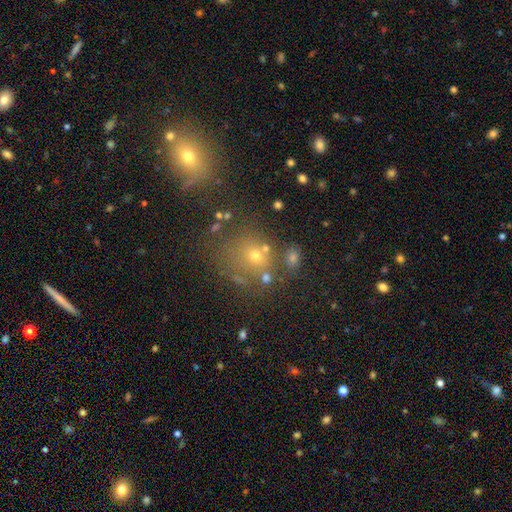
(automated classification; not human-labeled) Overall: smooth (57%; star or artifact 28%). How rounded: round (78%). Merging: none (62%).